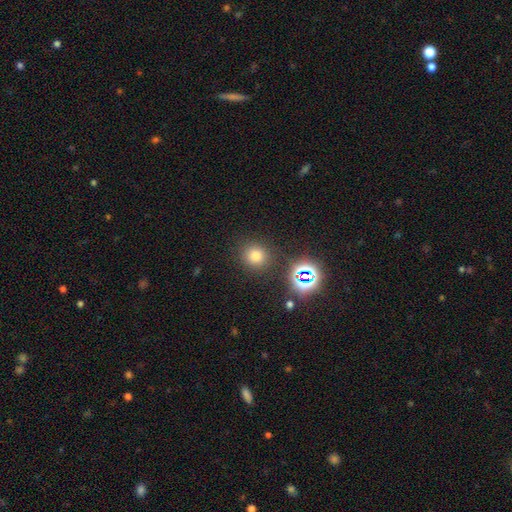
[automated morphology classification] A smooth galaxy with no disk features (70%) that is round (88%).

Vote fractions:
- Smooth or featured? smooth: 70% / star or artifact: 23% / featured or disk: 7%
- How rounded? round: 88% / in between: 11% / cigar-shaped: 1%
- Merging? none: 86% / minor disturbance: 7% / merger: 3% / major disturbance: 3%